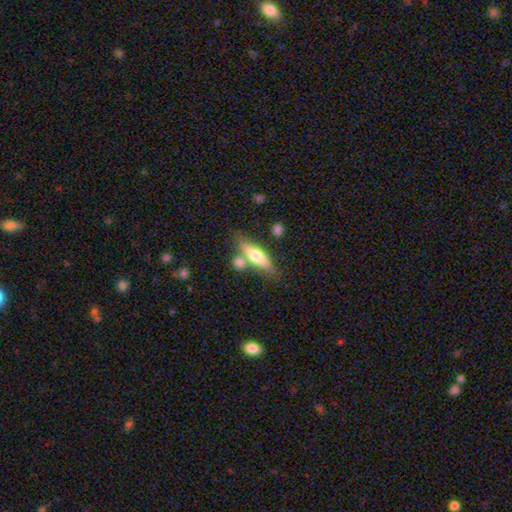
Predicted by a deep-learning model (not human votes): smooth_or_featured: smooth (p=0.56) [alt: featured or disk p=0.38]
how_rounded: cigar-shaped (p=0.53) [alt: in between p=0.44]
merging: none (p=0.59) [alt: merger p=0.22]